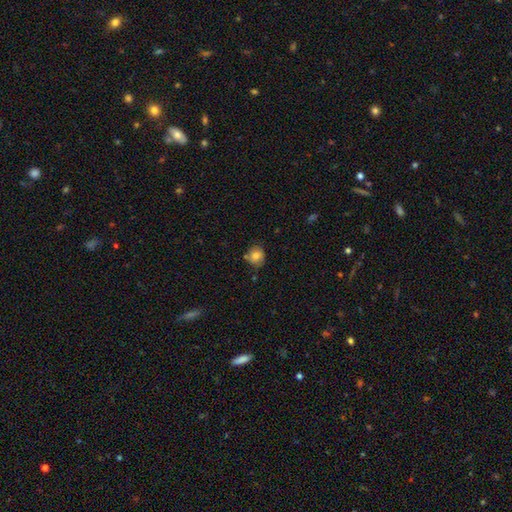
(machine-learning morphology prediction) Smooth or featured? smooth (78%)
How rounded? round (77%)
Merging? none (72%)